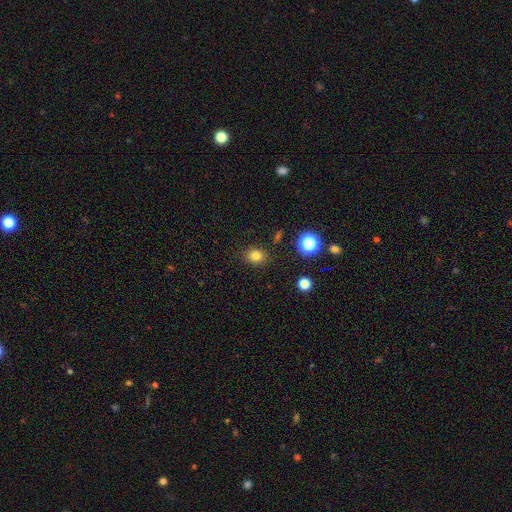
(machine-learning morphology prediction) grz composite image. It shows a smooth galaxy with no disk features (80%) that is round (61%). Merging: none (87%).